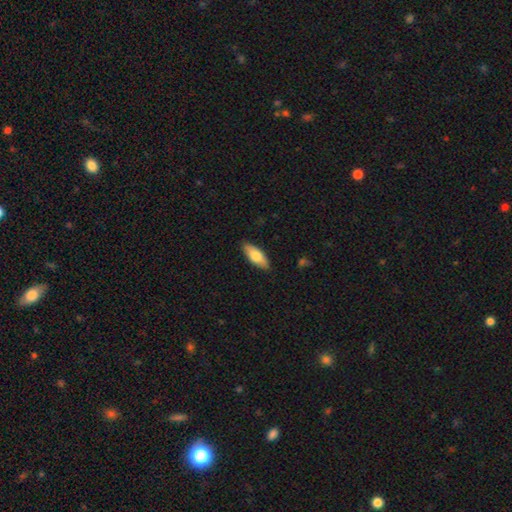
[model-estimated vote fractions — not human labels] Smooth or featured? Predicted: smooth (p=0.75). How rounded? Predicted: in between (p=0.75). Merging? Predicted: none (p=0.88).